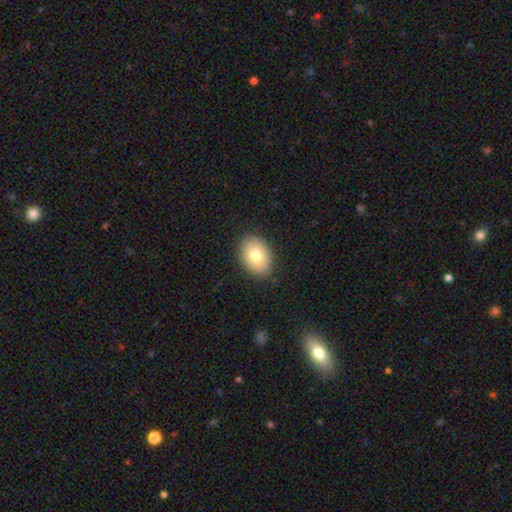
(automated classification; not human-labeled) This appears to be a smooth galaxy with no disk features (78%) that is in between round and cigar-shaped (80%). Merging: none (87%).